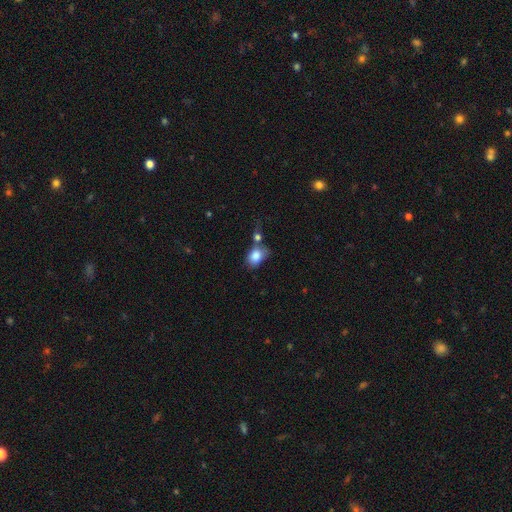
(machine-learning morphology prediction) Q: Smooth or featured?
A: smooth (83%); runner-up: featured or disk (9%)
Q: How rounded?
A: in between (74%); runner-up: round (25%)
Q: Merging?
A: none (40%); runner-up: merger (31%)